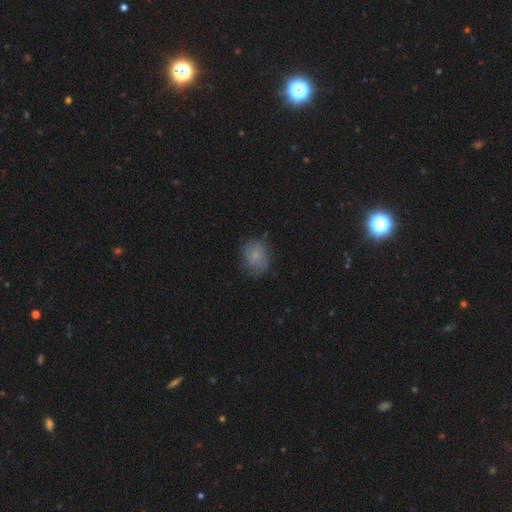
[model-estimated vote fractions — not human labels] This appears to be a smooth galaxy with no disk features (61%) that is in between round and cigar-shaped (53%). Merging: none (63%).